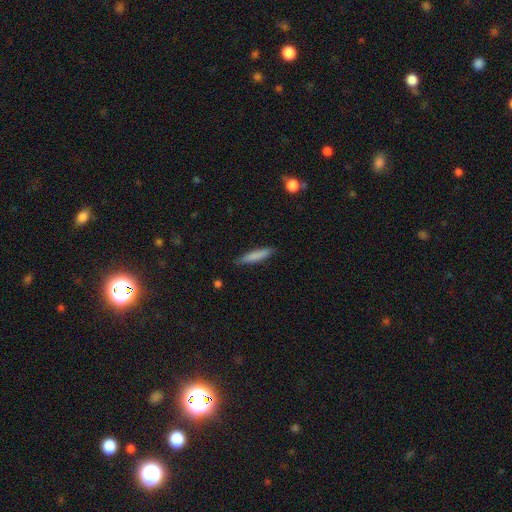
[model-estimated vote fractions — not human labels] This appears to be a smooth galaxy with no disk features (80%) that is cigar-shaped (86%). Merging: none (85%).